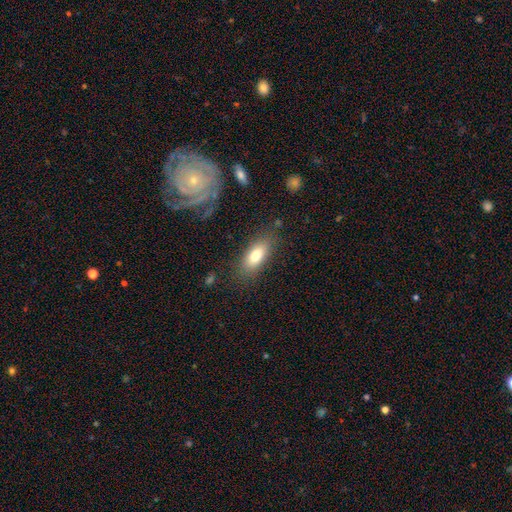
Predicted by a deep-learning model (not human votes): smooth_or_featured: smooth (p=0.77) [alt: featured or disk p=0.15]
how_rounded: in between (p=0.82) [alt: cigar-shaped p=0.15]
merging: none (p=0.81) [alt: minor disturbance p=0.13]